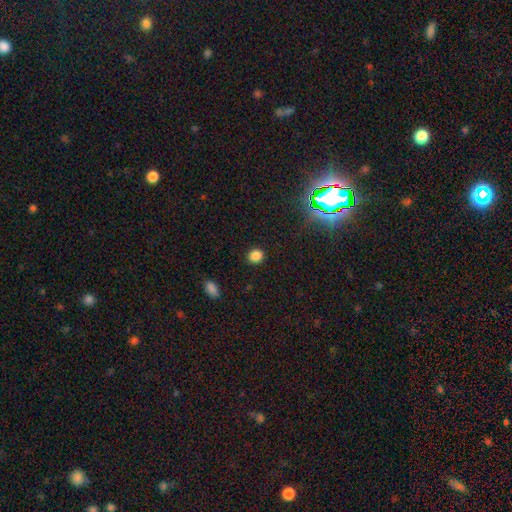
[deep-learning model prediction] smooth_or_featured: smooth (p=0.83) [alt: star or artifact p=0.13]
how_rounded: round (p=0.75) [alt: in between p=0.24]
merging: none (p=0.90) [alt: minor disturbance p=0.07]